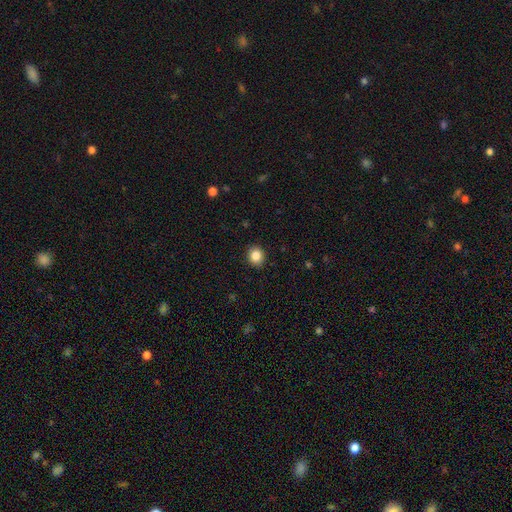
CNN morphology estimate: Smooth or featured? Predicted: smooth (p=0.85). How rounded? Predicted: round (p=0.74). Merging? Predicted: none (p=0.91).